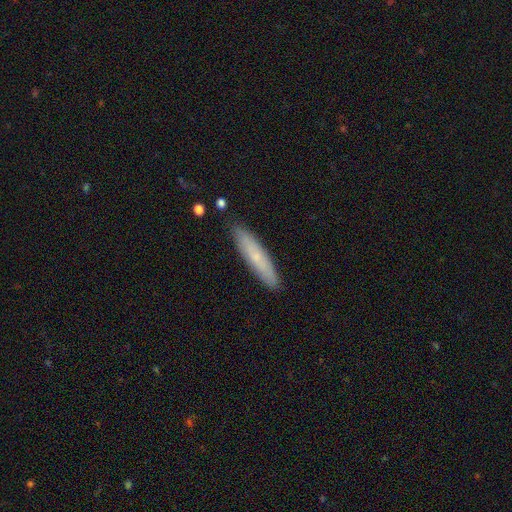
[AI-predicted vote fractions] Smooth or featured?
  - smooth: 64% *
  - featured or disk: 30%
  - star or artifact: 6%
How rounded?
  - cigar-shaped: 88% *
  - in between: 10%
  - round: 1%
Merging?
  - none: 88% *
  - minor disturbance: 9%
  - major disturbance: 2%
  - merger: 2%